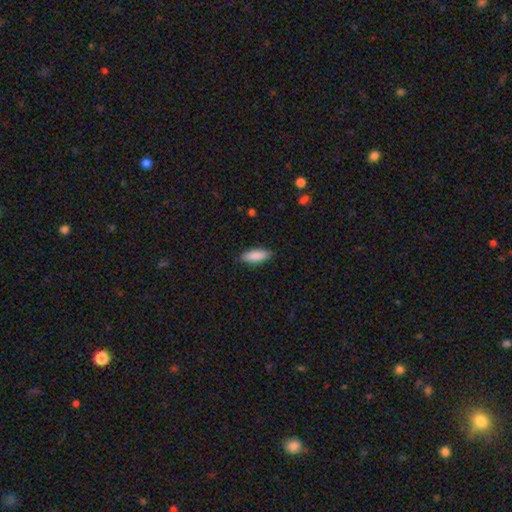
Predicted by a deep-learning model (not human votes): Smooth or featured: smooth — 89% (featured or disk — 6%)
How rounded: in between — 67% (cigar-shaped — 31%)
Merging: none — 86% (minor disturbance — 10%)